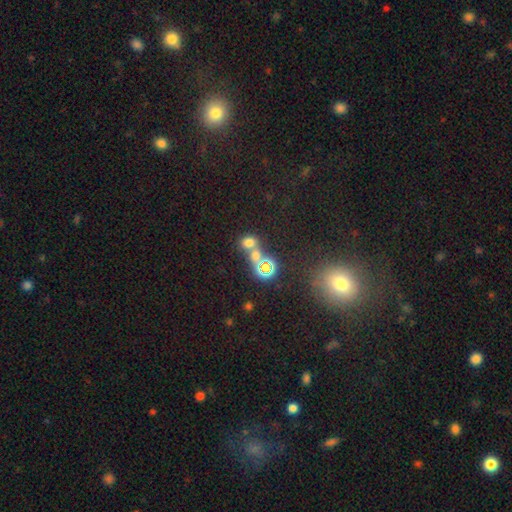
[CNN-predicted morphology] smooth_or_featured: smooth (p=0.59) [alt: star or artifact p=0.30]
how_rounded: round (p=0.58) [alt: in between p=0.40]
merging: merger (p=0.49) [alt: none p=0.39]